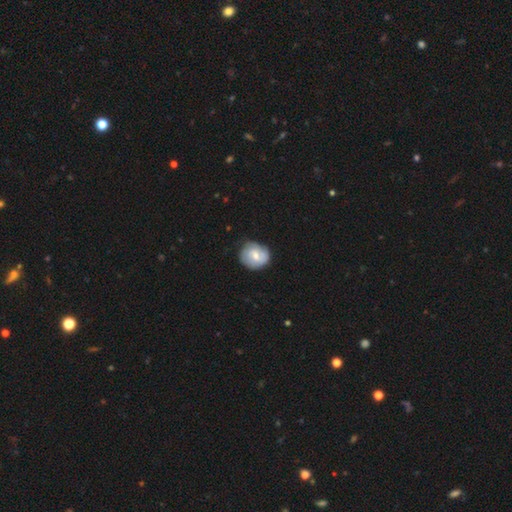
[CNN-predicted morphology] smooth_or_featured: smooth (p=0.54) [alt: featured or disk p=0.40]
how_rounded: round (p=0.80) [alt: in between p=0.19]
merging: none (p=0.68) [alt: minor disturbance p=0.25]